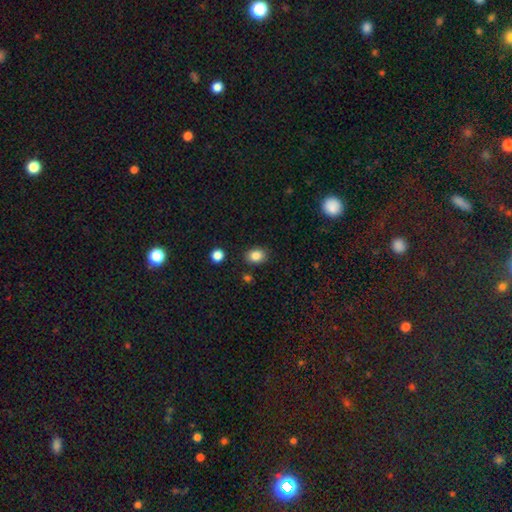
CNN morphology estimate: Smooth or featured? Predicted: smooth (p=0.85). How rounded? Predicted: in between (p=0.59). Merging? Predicted: none (p=0.86).